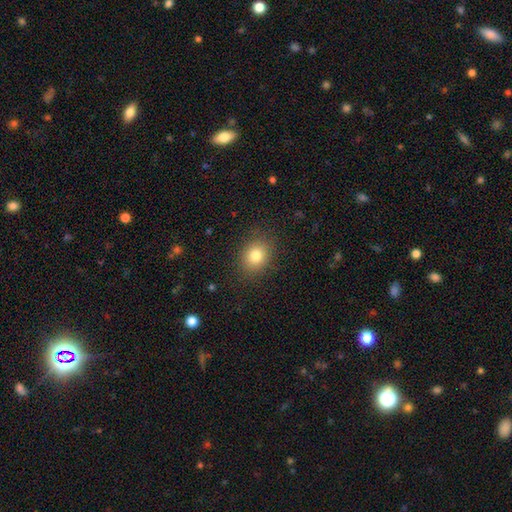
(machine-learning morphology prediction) Smooth or featured: smooth — 80% (star or artifact — 12%)
How rounded: round — 55% (in between — 44%)
Merging: none — 87% (minor disturbance — 9%)